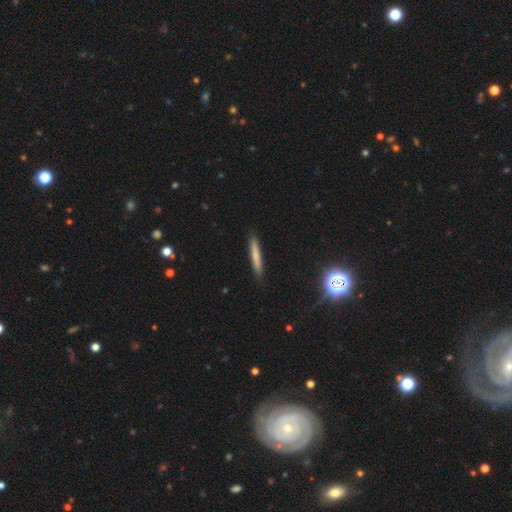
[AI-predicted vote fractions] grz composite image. It shows a smooth galaxy with no disk features (71%) that is cigar-shaped (94%). Merging: none (89%).